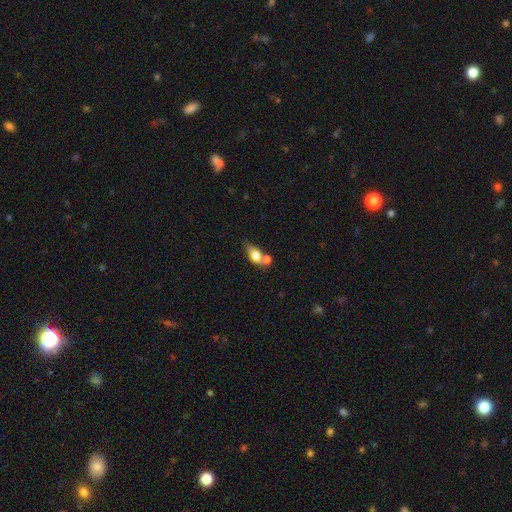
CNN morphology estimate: Q: Smooth or featured?
A: smooth (70%); runner-up: featured or disk (21%)
Q: How rounded?
A: in between (69%); runner-up: round (23%)
Q: Merging?
A: merger (46%); runner-up: none (32%)